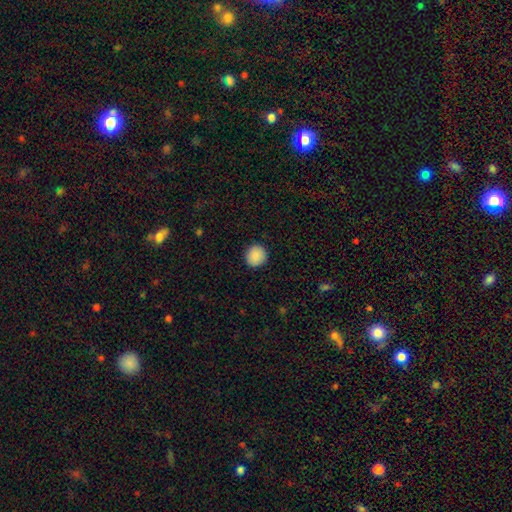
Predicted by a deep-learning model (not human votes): This appears to be a smooth galaxy with no disk features (89%) that is round (91%). Merging: none (92%).